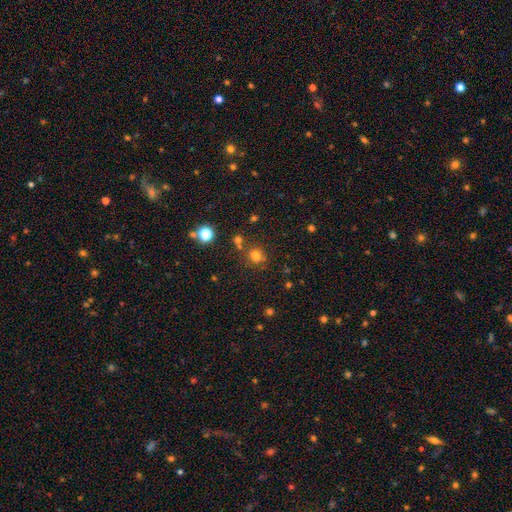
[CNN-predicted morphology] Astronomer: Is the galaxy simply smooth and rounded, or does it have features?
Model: smooth — 70%.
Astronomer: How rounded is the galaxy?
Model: round — 77%.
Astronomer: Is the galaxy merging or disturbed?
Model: none — 67%.